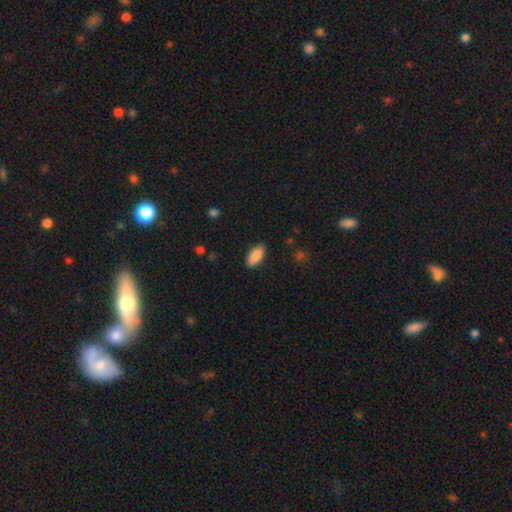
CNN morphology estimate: Q: Smooth or featured?
A: smooth (89%); runner-up: star or artifact (6%)
Q: How rounded?
A: in between (90%); runner-up: cigar-shaped (8%)
Q: Merging?
A: none (88%); runner-up: minor disturbance (9%)